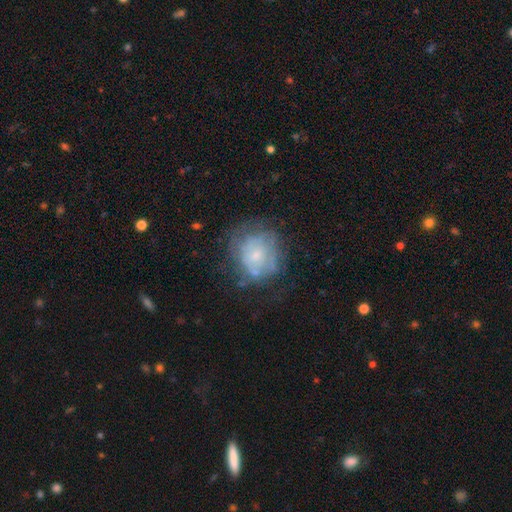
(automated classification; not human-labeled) This appears to be a featured or disk galaxy (48%). Merging: none (55%).